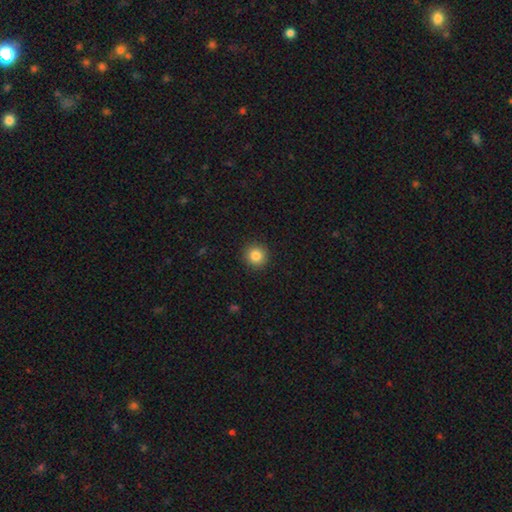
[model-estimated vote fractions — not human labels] Smooth or featured: smooth — 85% (star or artifact — 10%)
How rounded: round — 95% (in between — 5%)
Merging: none — 92% (minor disturbance — 5%)